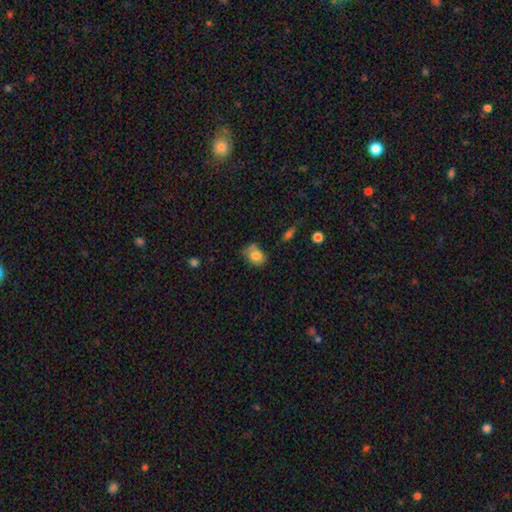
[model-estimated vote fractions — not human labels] The model was most divided on "merging": none: 52%, minor disturbance: 32%, major disturbance: 9%, merger: 7%. More confident: smooth or featured — smooth (77%); how rounded — in between (62%).